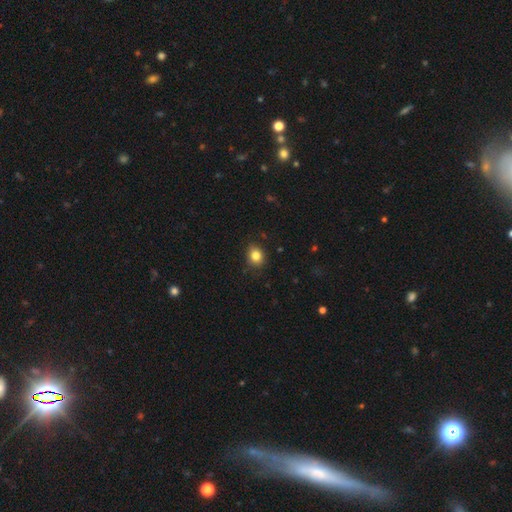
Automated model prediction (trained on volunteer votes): Morphology: type=smooth (84%); roundness=round (63%); merging=none (84%).